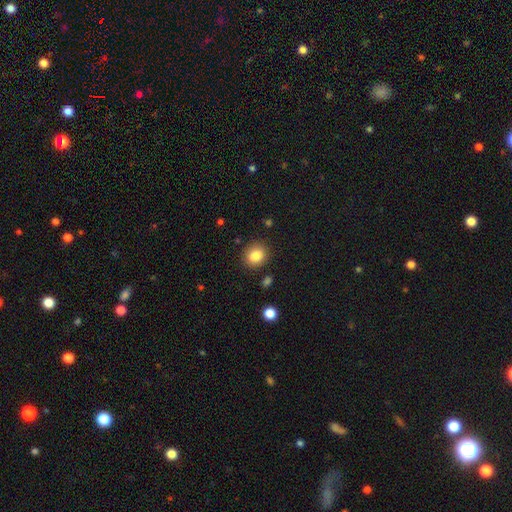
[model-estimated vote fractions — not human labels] smooth-or-featured: smooth: 84% | star or artifact: 9% | featured or disk: 6%
  how-rounded: round: 70% | in between: 29% | cigar-shaped: 1%
  merging: none: 87% | minor disturbance: 8% | major disturbance: 3% | merger: 2%